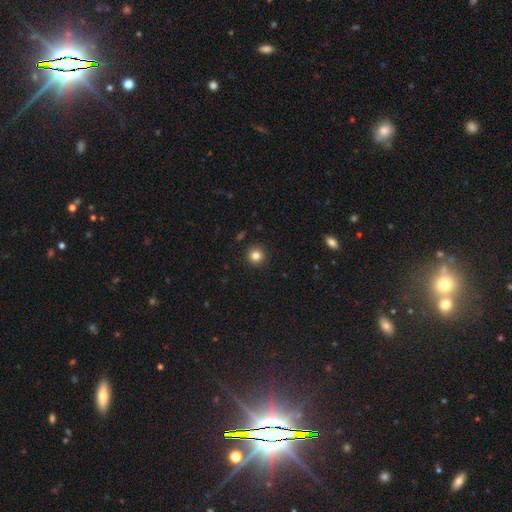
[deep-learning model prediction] A smooth galaxy with no disk features (83%) that is round (94%).

Vote fractions:
- Smooth or featured? smooth: 83% / star or artifact: 12% / featured or disk: 6%
- How rounded? round: 94% / in between: 5% / cigar-shaped: 1%
- Merging? none: 92% / minor disturbance: 5% / major disturbance: 2% / merger: 1%